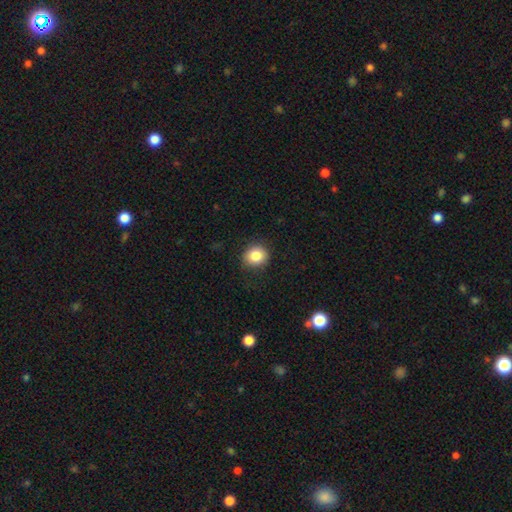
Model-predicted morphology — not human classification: Smooth or featured? smooth (84%)
How rounded? round (80%)
Merging? none (86%)